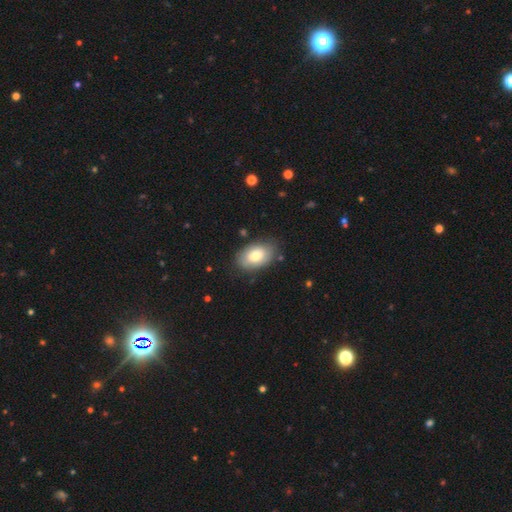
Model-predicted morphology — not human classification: Smooth or featured: smooth — 76% (featured or disk — 17%)
How rounded: in between — 90% (round — 9%)
Merging: none — 80% (minor disturbance — 15%)